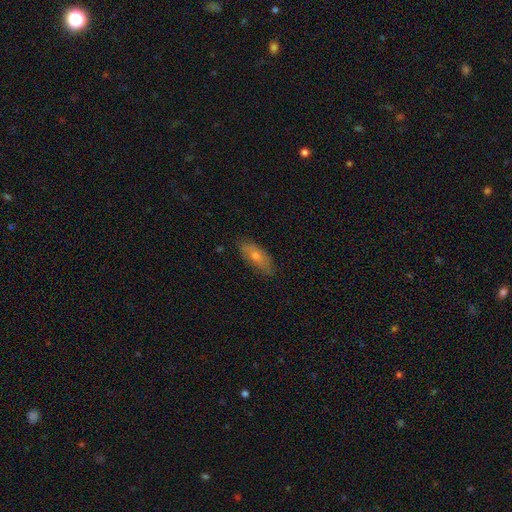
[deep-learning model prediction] A smooth galaxy with no disk features (53%) that is in between round and cigar-shaped (72%). Merging: none (81%).